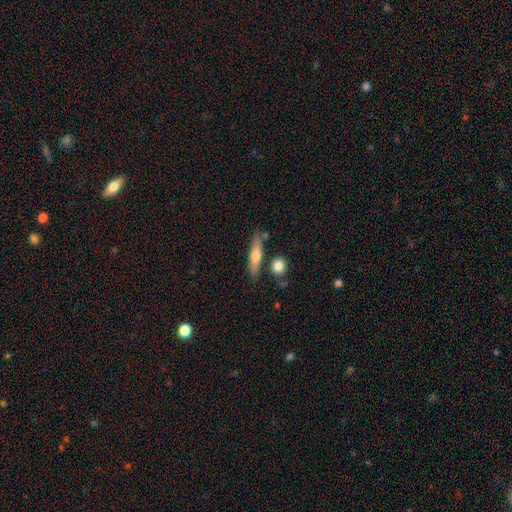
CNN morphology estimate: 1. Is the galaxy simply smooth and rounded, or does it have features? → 53% smooth, 41% featured or disk, 6% star or artifact.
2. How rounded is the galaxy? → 81% cigar-shaped, 17% in between, 3% round.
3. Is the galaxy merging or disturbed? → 78% none, 12% minor disturbance, 8% merger, 3% major disturbance.